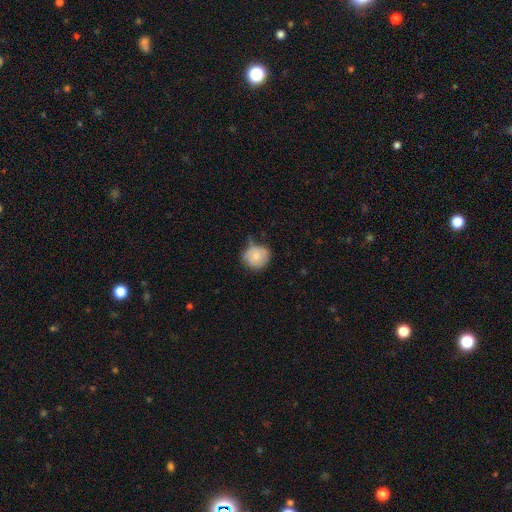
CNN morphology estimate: Smooth or featured: smooth — 78% (featured or disk — 14%)
How rounded: round — 82% (in between — 17%)
Merging: none — 54% (minor disturbance — 35%)